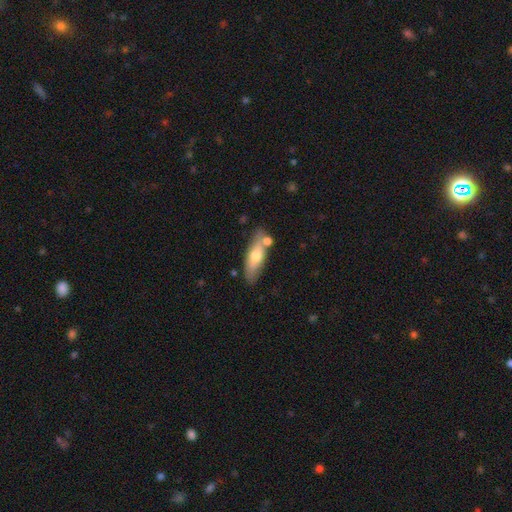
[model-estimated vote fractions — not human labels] Q: Smooth or featured?
A: smooth (61%); runner-up: featured or disk (33%)
Q: How rounded?
A: in between (56%); runner-up: cigar-shaped (42%)
Q: Merging?
A: none (67%); runner-up: minor disturbance (16%)